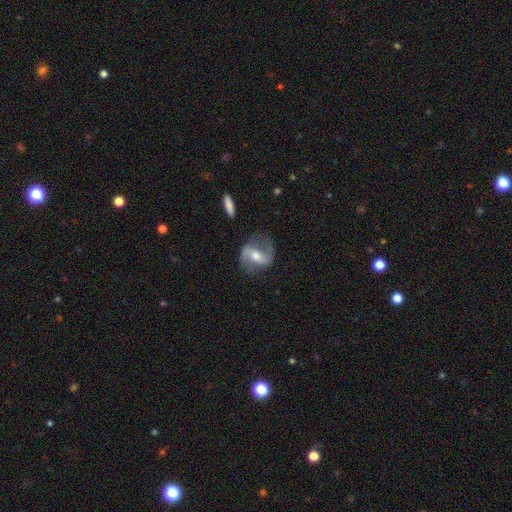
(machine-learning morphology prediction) Q: Smooth or featured?
A: featured or disk (81%); runner-up: smooth (13%)
Q: Edge-on disk?
A: no (96%); runner-up: yes (4%)
Q: Bar?
A: weak (40%); tied with: strong (40%)
Q: Spiral arms?
A: yes (92%); runner-up: no (8%)
Q: Spiral winding?
A: loose (56%); runner-up: medium (35%)
Q: Spiral arm count?
A: 2 (90%); runner-up: can't tell (4%)
Q: Bulge size?
A: moderate (60%); runner-up: small (31%)
Q: Merging?
A: none (71%); runner-up: minor disturbance (17%)